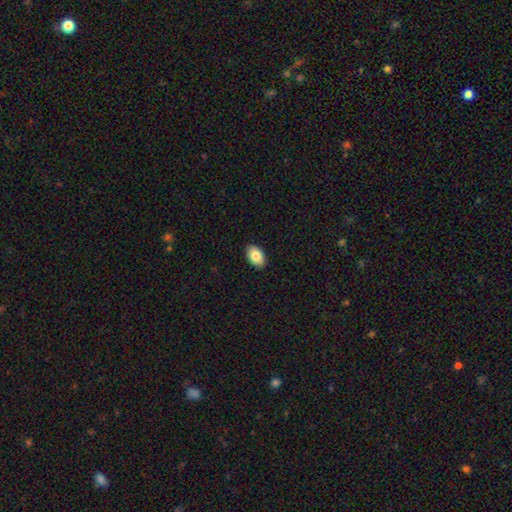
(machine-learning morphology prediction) A smooth galaxy with no disk features (86%) that is in between round and cigar-shaped (91%).

Vote fractions:
- Smooth or featured? smooth: 86% / featured or disk: 7% / star or artifact: 7%
- How rounded? in between: 91% / round: 8% / cigar-shaped: 1%
- Merging? none: 90% / minor disturbance: 7% / major disturbance: 2% / merger: 1%